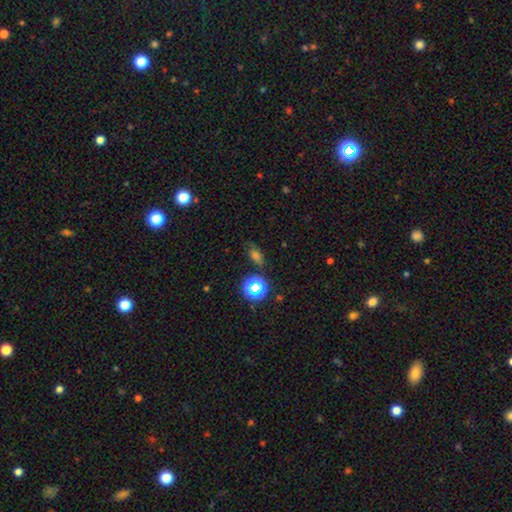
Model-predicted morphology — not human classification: smooth-or-featured: smooth: 45% | star or artifact: 38% | featured or disk: 16%
  merging: none: 69% | minor disturbance: 19% | major disturbance: 8% | merger: 4%